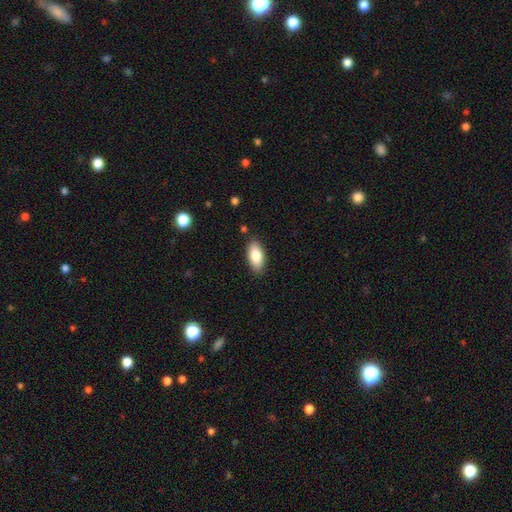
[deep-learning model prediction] Smooth or featured? smooth (82%)
How rounded? in between (90%)
Merging? none (87%)